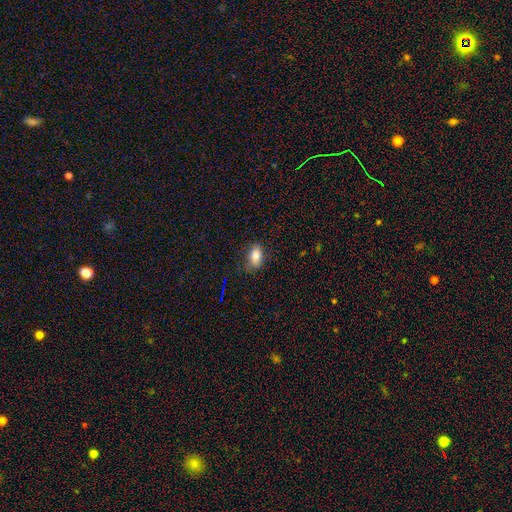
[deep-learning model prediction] A smooth galaxy with no disk features (80%) that is in between round and cigar-shaped (87%).

Vote fractions:
- Smooth or featured? smooth: 80% / featured or disk: 11% / star or artifact: 9%
- How rounded? in between: 87% / round: 10% / cigar-shaped: 3%
- Merging? none: 76% / minor disturbance: 18% / major disturbance: 4% / merger: 1%